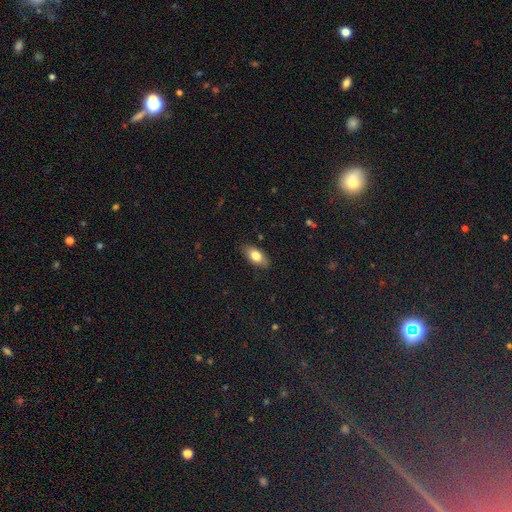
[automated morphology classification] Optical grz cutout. It shows a smooth galaxy with no disk features (77%) that is in between round and cigar-shaped (86%). Merging: none (85%).